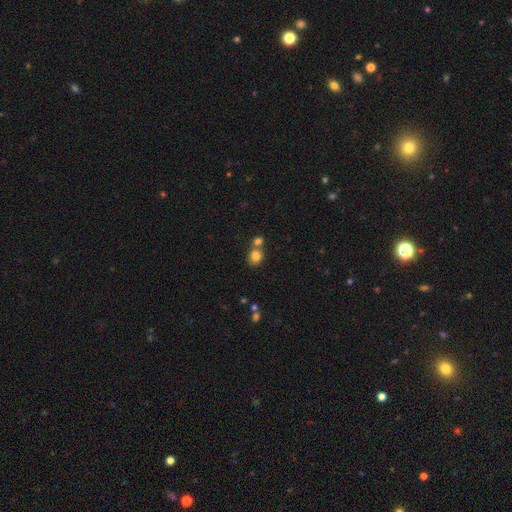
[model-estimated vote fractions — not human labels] Smooth or featured?
  - smooth: 83% *
  - star or artifact: 11%
  - featured or disk: 7%
How rounded?
  - round: 70% *
  - in between: 29%
  - cigar-shaped: 1%
Merging?
  - none: 54% *
  - merger: 33%
  - minor disturbance: 10%
  - major disturbance: 4%